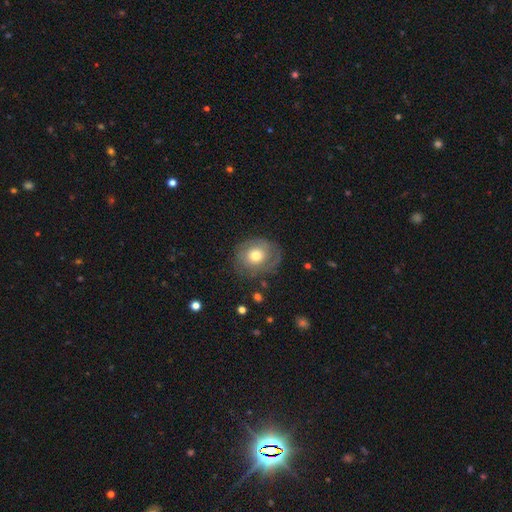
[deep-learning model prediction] The model was most divided on "smooth or featured": smooth: 55%, featured or disk: 37%, star or artifact: 8%. More confident: how rounded — round (72%); merging — none (71%).